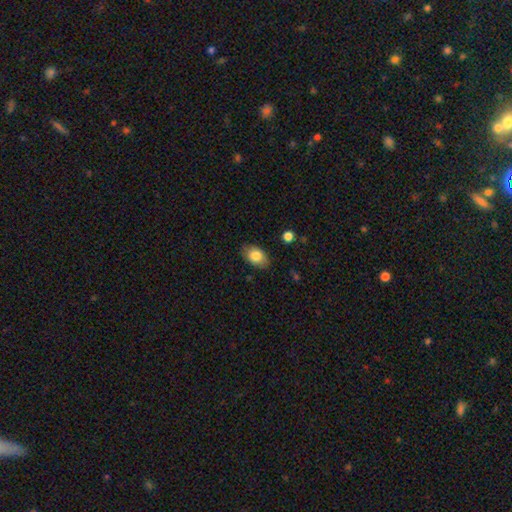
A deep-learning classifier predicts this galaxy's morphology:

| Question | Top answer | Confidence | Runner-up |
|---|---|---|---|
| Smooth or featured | smooth | 82% | featured or disk (11%) |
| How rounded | in between | 88% | round (11%) |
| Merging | none | 83% | minor disturbance (13%) |